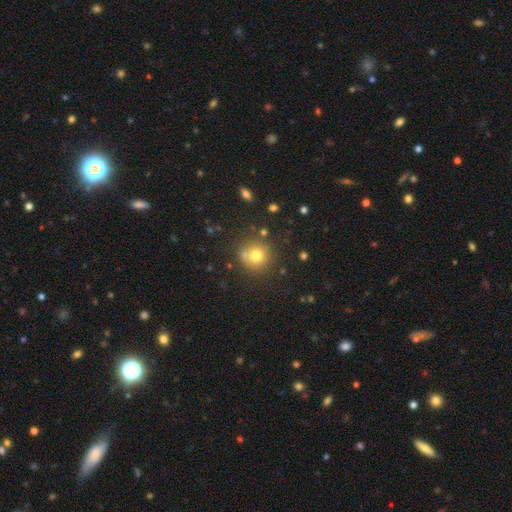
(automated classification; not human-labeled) Smooth or featured: smooth — 74% (star or artifact — 14%)
How rounded: round — 91% (in between — 8%)
Merging: none — 73% (merger — 12%)